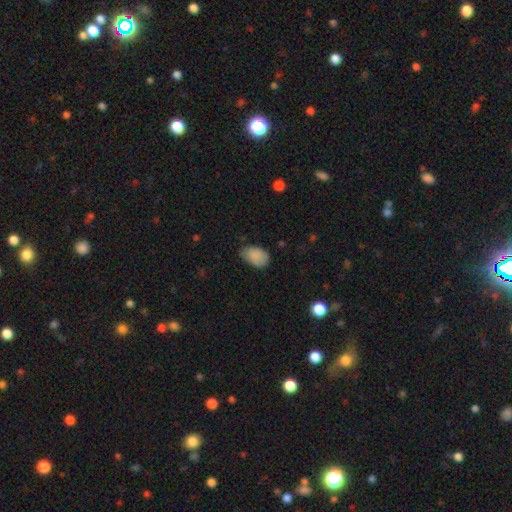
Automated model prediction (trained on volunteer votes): Overall: smooth (86%). How rounded: in between (85%). Merging: none (59%; minor disturbance 33%).